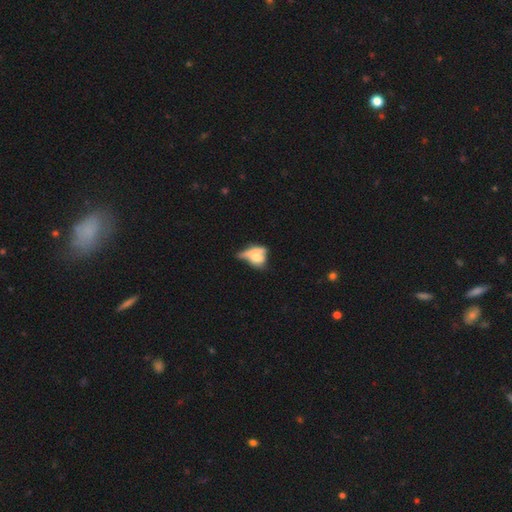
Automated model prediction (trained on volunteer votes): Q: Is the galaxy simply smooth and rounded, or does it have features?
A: smooth — 55%.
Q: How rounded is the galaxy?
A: in between — 53%.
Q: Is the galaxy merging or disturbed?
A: merger — 32%.